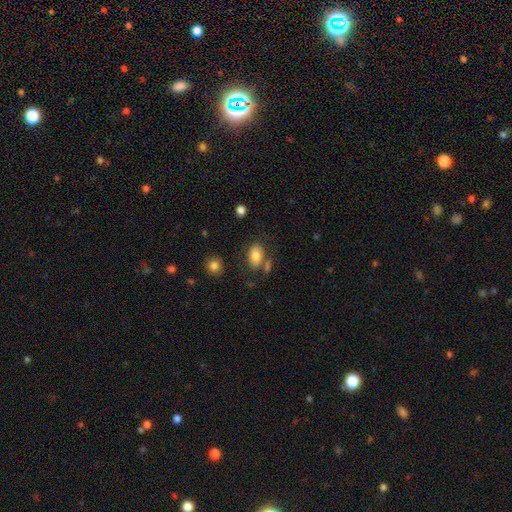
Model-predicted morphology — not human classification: Overall: smooth (81%). How rounded: in between (89%). Merging: none (66%).